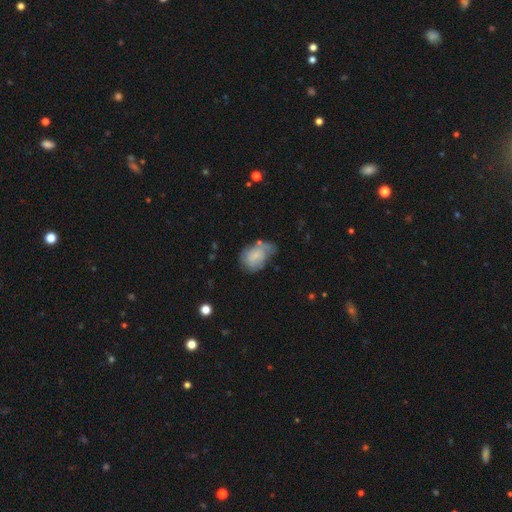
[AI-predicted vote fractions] Smooth or featured?
  - smooth: 62% *
  - featured or disk: 30%
  - star or artifact: 8%
How rounded?
  - in between: 78% *
  - round: 21%
  - cigar-shaped: 1%
Merging?
  - none: 38% *
  - minor disturbance: 37%
  - major disturbance: 19%
  - merger: 6%